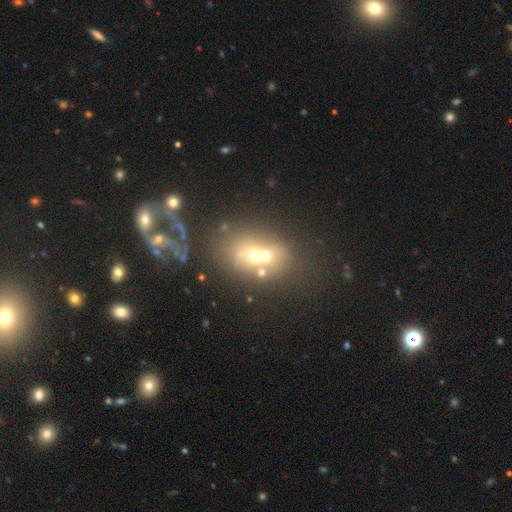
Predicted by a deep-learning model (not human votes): Smooth or featured?
  - smooth: 41% *
  - featured or disk: 33%
  - star or artifact: 26%
Merging?
  - merger: 49% *
  - none: 30%
  - major disturbance: 11%
  - minor disturbance: 10%